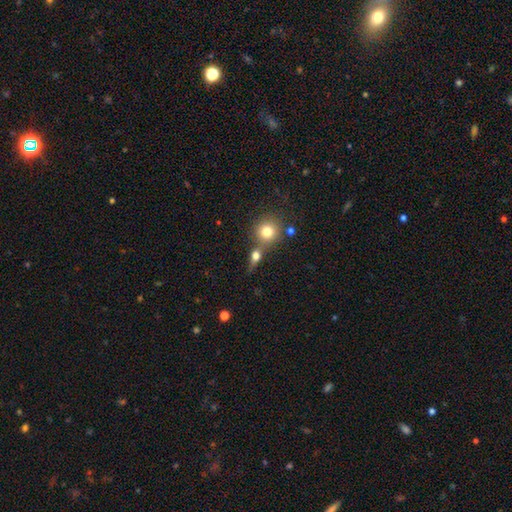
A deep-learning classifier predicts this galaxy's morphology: Smooth or featured? Predicted: smooth (p=0.59). How rounded? Predicted: round (p=0.44). Merging? Predicted: none (p=0.55).